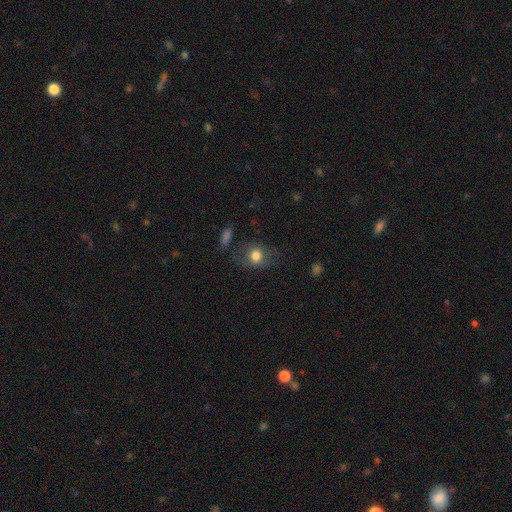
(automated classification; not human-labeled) The model was most divided on "how rounded": in between: 51%, round: 47%, cigar-shaped: 2%. More confident: smooth or featured — smooth (72%); merging — none (66%).